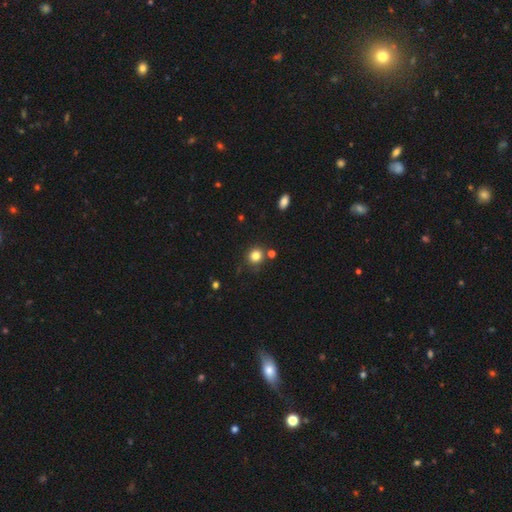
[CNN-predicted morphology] Q: Smooth or featured?
A: smooth (82%); runner-up: star or artifact (12%)
Q: How rounded?
A: round (87%); runner-up: in between (12%)
Q: Merging?
A: none (80%); runner-up: minor disturbance (10%)